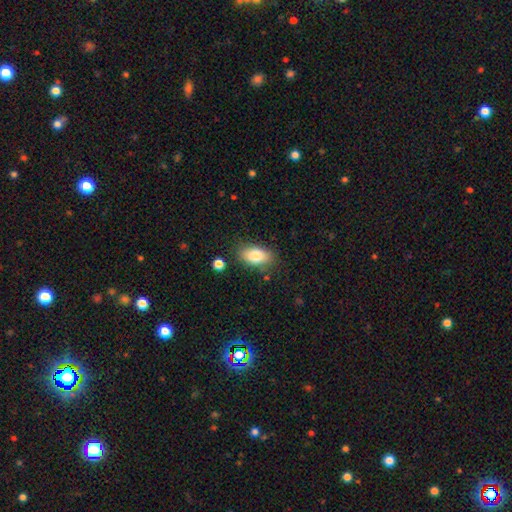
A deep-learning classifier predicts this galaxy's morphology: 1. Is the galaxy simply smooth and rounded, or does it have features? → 79% smooth, 13% featured or disk, 8% star or artifact.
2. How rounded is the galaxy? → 89% in between, 8% round, 3% cigar-shaped.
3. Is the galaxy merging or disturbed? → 80% none, 14% minor disturbance, 3% major disturbance, 3% merger.